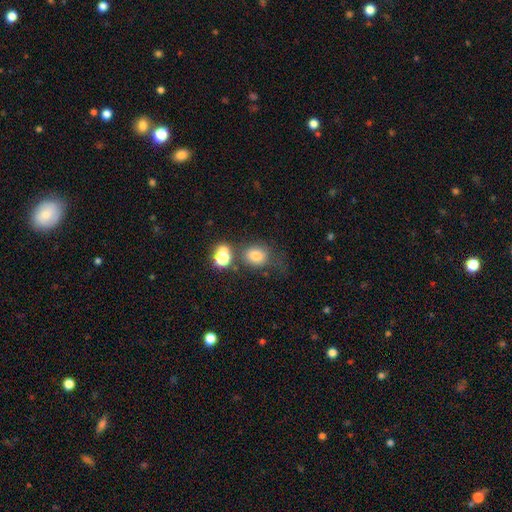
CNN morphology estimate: This appears to be a smooth galaxy with no disk features (76%) that is round (66%). Merging: none (58%).